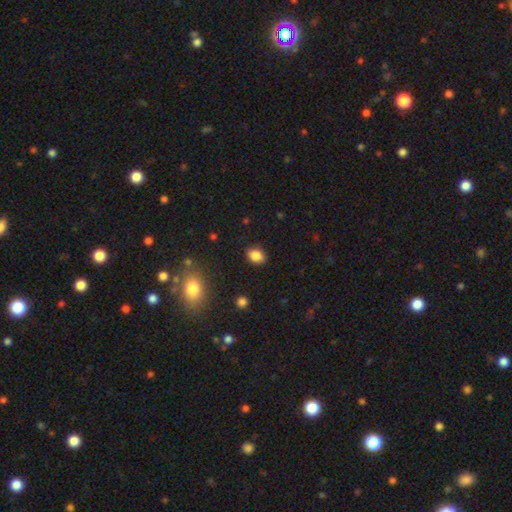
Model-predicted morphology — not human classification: Smooth or featured? smooth (84%)
How rounded? in between (70%)
Merging? none (84%)